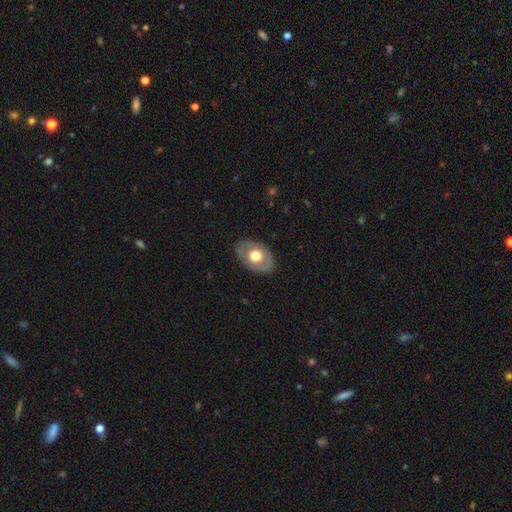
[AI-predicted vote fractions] smooth 51%, featured or disk 43%, star or artifact 6%. Down the decision tree: how rounded — in between (76%); merging — none (82%).